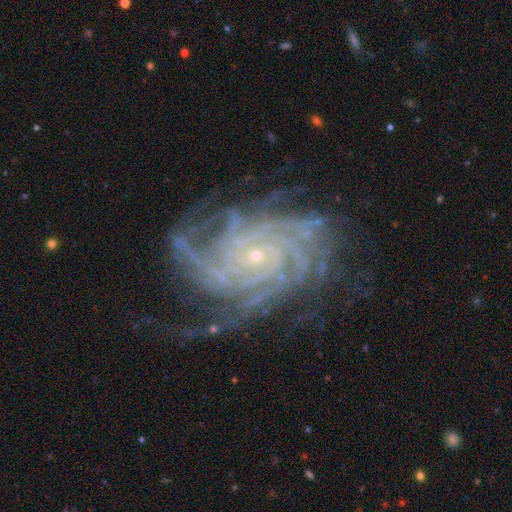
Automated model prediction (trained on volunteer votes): Smooth or featured?
  - featured or disk: 91% *
  - star or artifact: 6%
  - smooth: 3%
Edge-on disk?
  - no: 97% *
  - yes: 3%
Bar?
  - no: 72% *
  - weak: 20%
  - strong: 8%
Spiral arms?
  - yes: 98% *
  - no: 2%
Spiral winding?
  - tight: 74% *
  - medium: 22%
  - loose: 4%
Spiral arm count?
  - more than 4: 36% *
  - 4: 25%
  - can't tell: 14%
  - 3: 11%
  - 2: 8%
  - 1: 7%
Bulge size?
  - small: 86% *
  - moderate: 10%
  - none: 2%
  - large: 1%
  - dominant: 1%
Merging?
  - none: 69% *
  - minor disturbance: 18%
  - major disturbance: 12%
  - merger: 2%